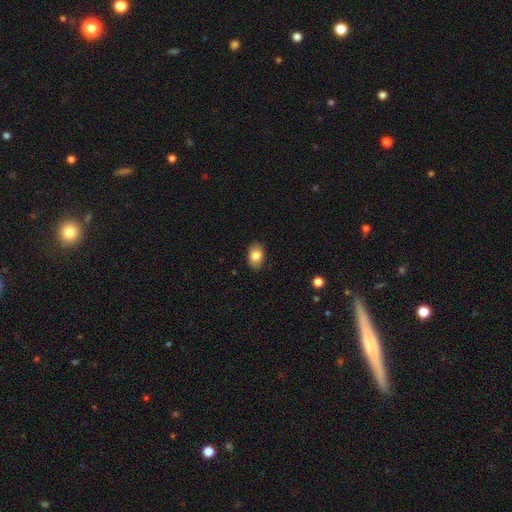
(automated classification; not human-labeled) This is clearly a smooth galaxy (83%). How rounded: clearly in between (82%). Merging: clearly none (88%).